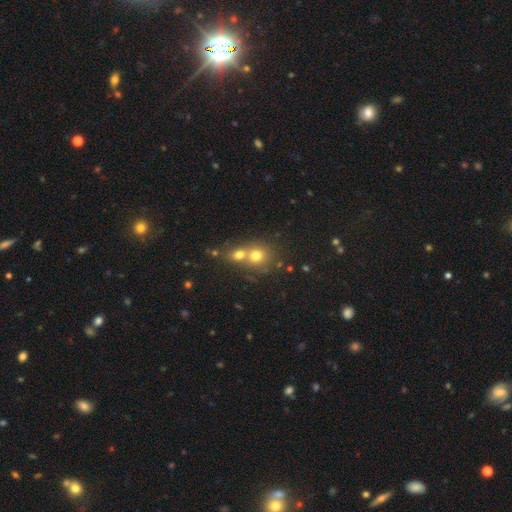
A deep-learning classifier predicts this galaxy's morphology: Smooth or featured? Predicted: smooth (p=0.71). How rounded? Predicted: round (p=0.78). Merging? Predicted: merger (p=0.61).